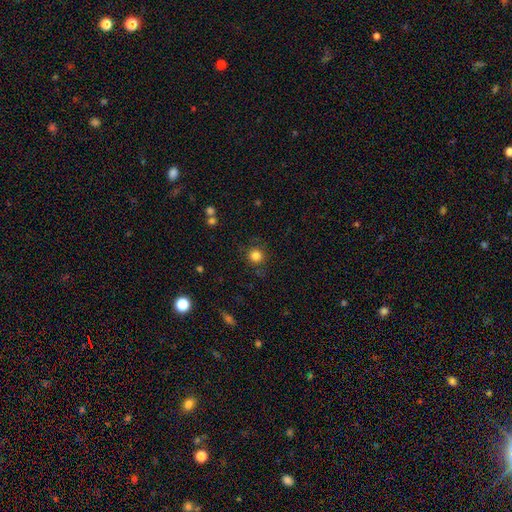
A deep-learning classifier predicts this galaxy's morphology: Smooth or featured: smooth — 83% (star or artifact — 12%)
How rounded: round — 93% (in between — 6%)
Merging: none — 85% (minor disturbance — 10%)